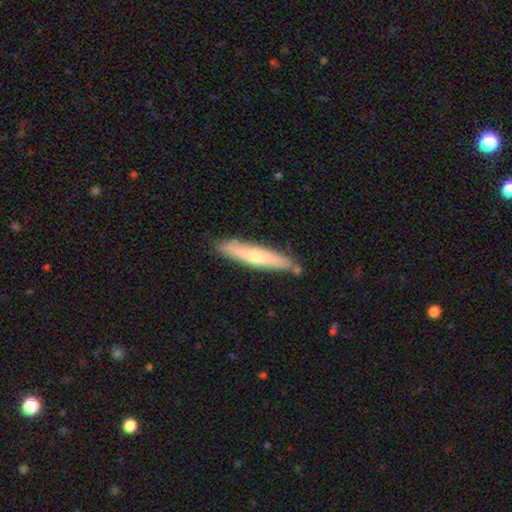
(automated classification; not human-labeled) The model was most divided on "smooth or featured": smooth: 54%, featured or disk: 41%, star or artifact: 5%. More confident: how rounded — cigar-shaped (89%); merging — none (81%).